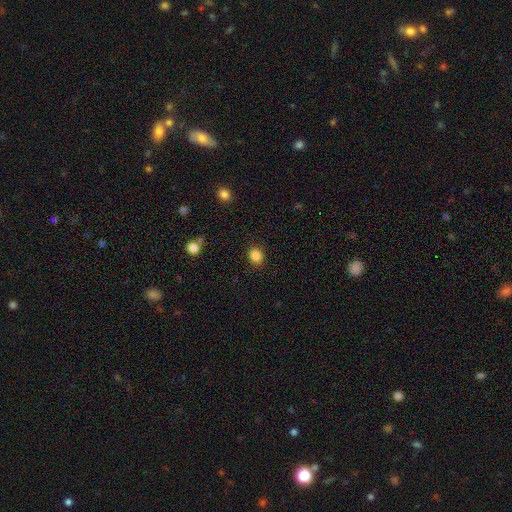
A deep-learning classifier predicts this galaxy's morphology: type=smooth (86%); roundness=round (62%); merging=none (88%).